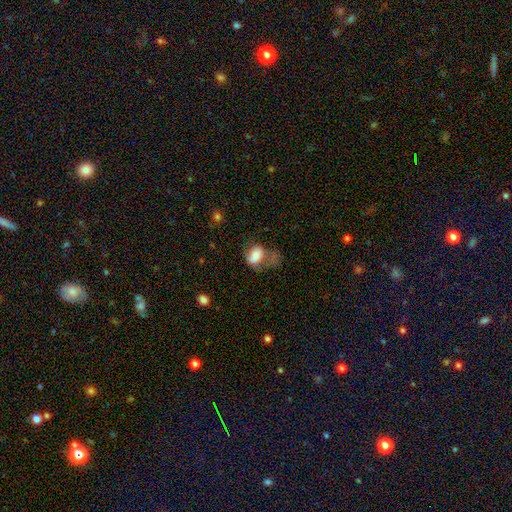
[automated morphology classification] Smooth or featured? smooth (74%)
How rounded? in between (79%)
Merging? major disturbance (45%)